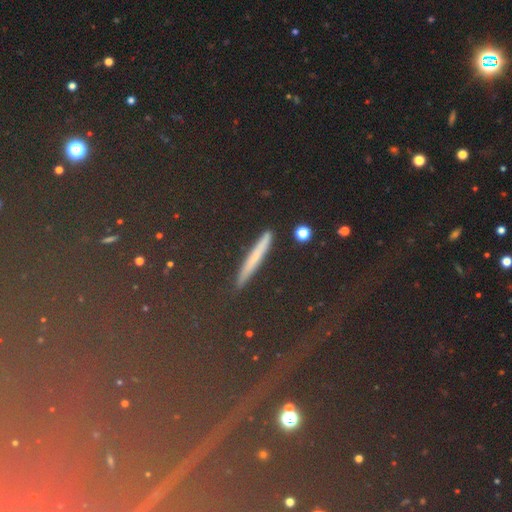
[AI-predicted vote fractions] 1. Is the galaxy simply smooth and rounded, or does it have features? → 43% smooth, 33% star or artifact, 23% featured or disk.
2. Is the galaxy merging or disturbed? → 86% none, 8% minor disturbance, 3% major disturbance, 3% merger.